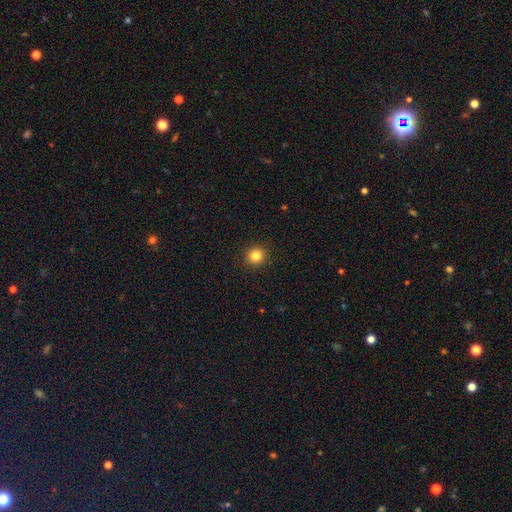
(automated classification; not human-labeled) smooth-or-featured: smooth: 83% | star or artifact: 12% | featured or disk: 5%
  how-rounded: round: 92% | in between: 7% | cigar-shaped: 1%
  merging: none: 92% | minor disturbance: 5% | major disturbance: 2% | merger: 1%